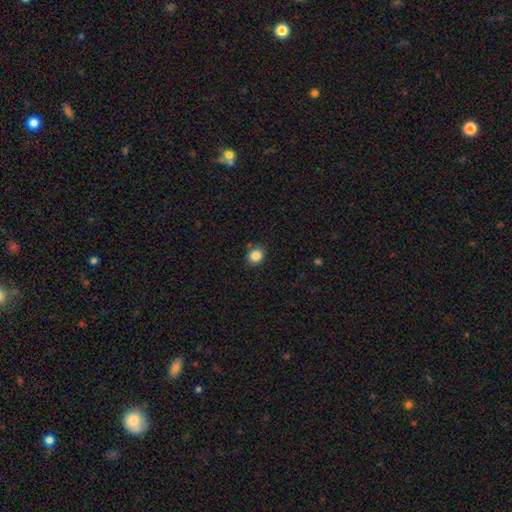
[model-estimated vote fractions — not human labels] smooth_or_featured: smooth (p=0.85) [alt: star or artifact p=0.10]
how_rounded: round (p=0.70) [alt: in between p=0.30]
merging: none (p=0.85) [alt: minor disturbance p=0.10]